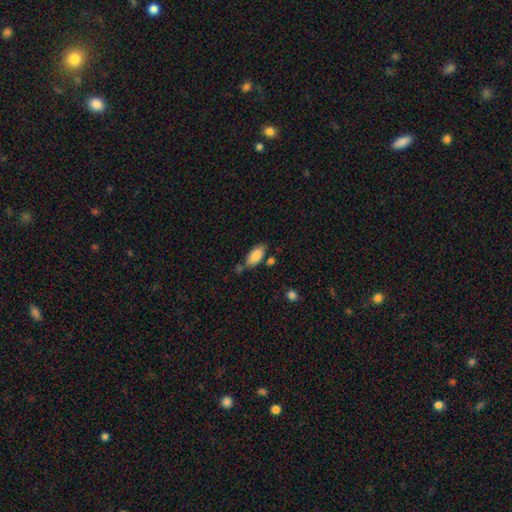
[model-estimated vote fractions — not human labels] Overall: smooth (85%). How rounded: in between (89%). Merging: none (62%).